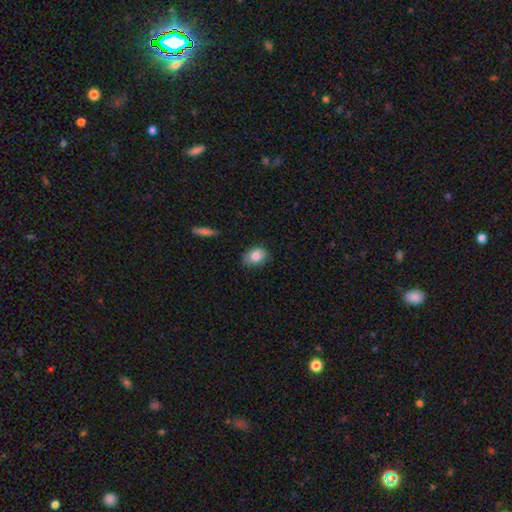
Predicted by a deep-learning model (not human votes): Smooth or featured: smooth — 80% (featured or disk — 12%)
How rounded: in between — 78% (round — 21%)
Merging: none — 76% (minor disturbance — 19%)